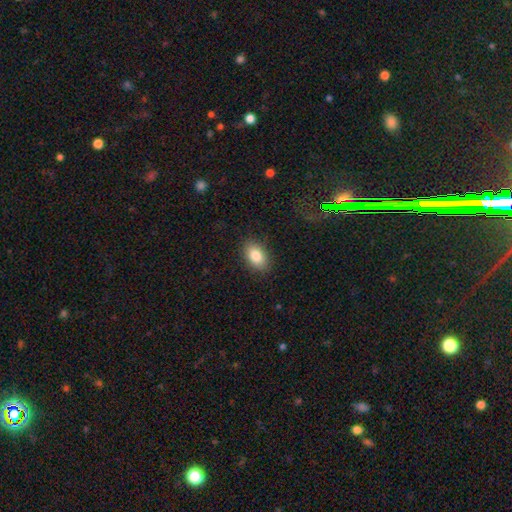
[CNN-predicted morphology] Smooth or featured?
  - smooth: 84% *
  - featured or disk: 8%
  - star or artifact: 8%
How rounded?
  - in between: 87% *
  - round: 12%
  - cigar-shaped: 1%
Merging?
  - none: 87% *
  - minor disturbance: 9%
  - major disturbance: 3%
  - merger: 1%